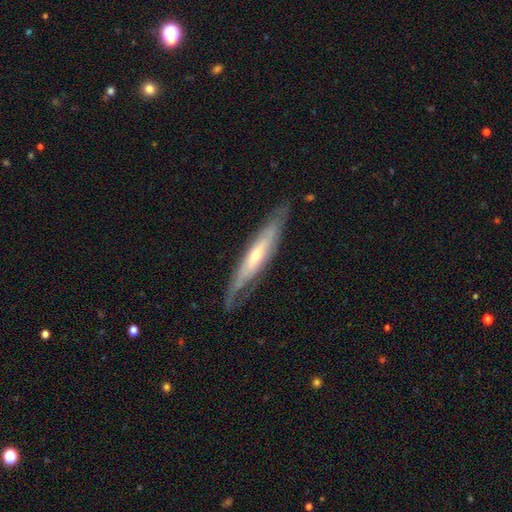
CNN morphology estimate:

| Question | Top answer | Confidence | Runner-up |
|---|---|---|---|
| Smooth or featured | featured or disk | 70% | smooth (25%) |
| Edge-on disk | yes | 63% | no (37%) |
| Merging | none | 72% | minor disturbance (19%) |